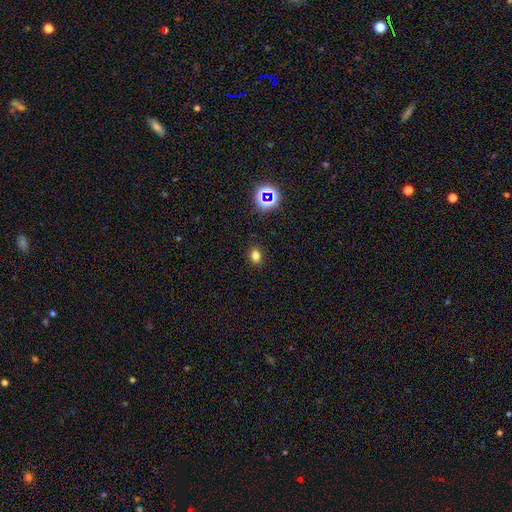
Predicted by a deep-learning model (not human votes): This is likely a smooth galaxy (76%). How rounded: likely in between (67%). Merging: clearly none (88%).